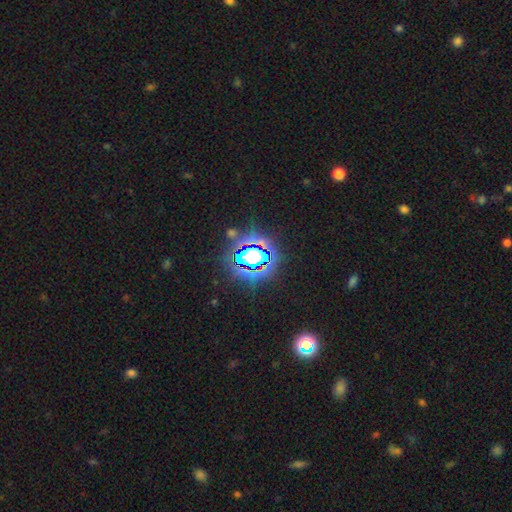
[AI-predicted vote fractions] smooth_or_featured: star or artifact (p=0.84) [alt: smooth p=0.10]